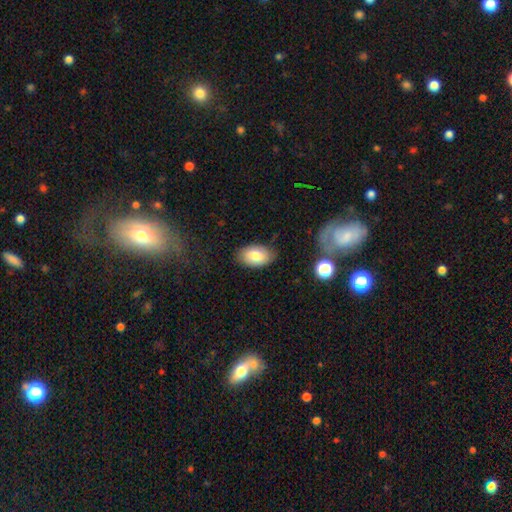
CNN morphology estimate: smooth_or_featured: smooth (p=0.81) [alt: featured or disk p=0.12]
how_rounded: in between (p=0.93) [alt: round p=0.06]
merging: none (p=0.81) [alt: minor disturbance p=0.14]